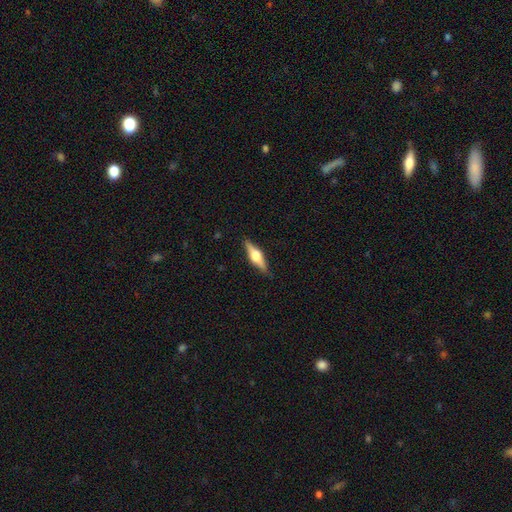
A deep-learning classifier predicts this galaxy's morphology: Smooth or featured?
  - featured or disk: 69% *
  - smooth: 26%
  - star or artifact: 6%
Edge-on disk?
  - yes: 97% *
  - no: 3%
Edge-on bulge?
  - rounded: 94% *
  - boxy: 5%
  - none: 1%
Merging?
  - none: 89% *
  - minor disturbance: 8%
  - major disturbance: 2%
  - merger: 1%